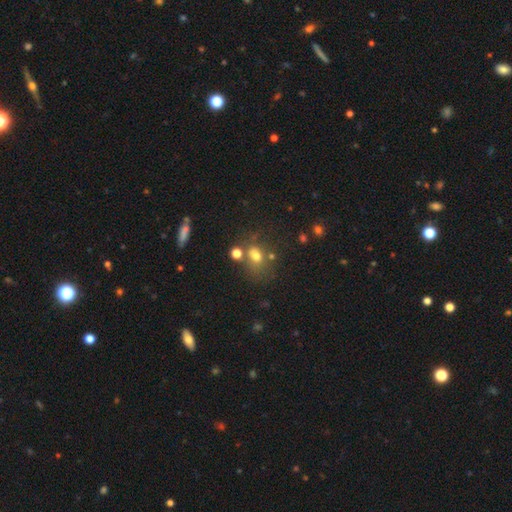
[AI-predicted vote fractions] A smooth galaxy with no disk features (68%) that is in between round and cigar-shaped (56%). Merging: none (49%).